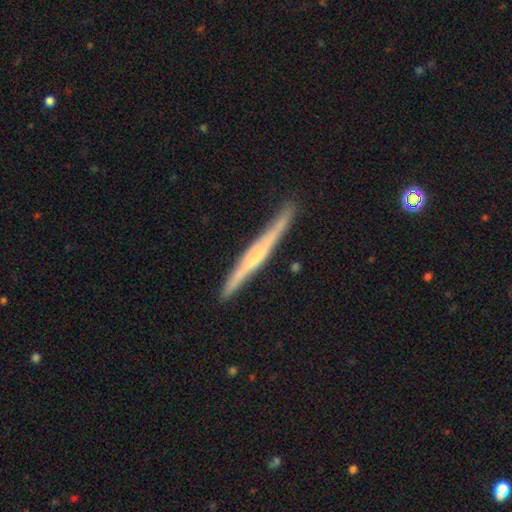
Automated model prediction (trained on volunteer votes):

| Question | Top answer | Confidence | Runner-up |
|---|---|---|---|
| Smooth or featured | featured or disk | 66% | smooth (28%) |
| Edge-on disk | yes | 97% | no (3%) |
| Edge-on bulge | none | 47% | rounded (28%) |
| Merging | none | 88% | minor disturbance (9%) |